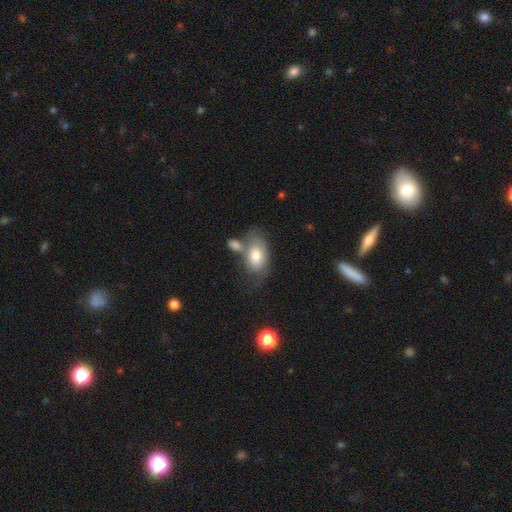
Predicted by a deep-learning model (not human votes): A smooth galaxy with no disk features (77%) that is in between round and cigar-shaped (91%).

Vote fractions:
- Smooth or featured? smooth: 77% / featured or disk: 17% / star or artifact: 6%
- How rounded? in between: 91% / round: 7% / cigar-shaped: 2%
- Merging? none: 39% / merger: 31% / minor disturbance: 20% / major disturbance: 11%